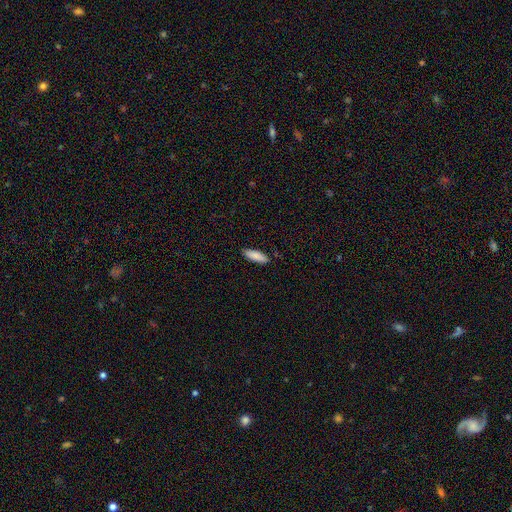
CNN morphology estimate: Overall: smooth (87%). How rounded: in between (54%; cigar-shaped 44%). Merging: none (87%).